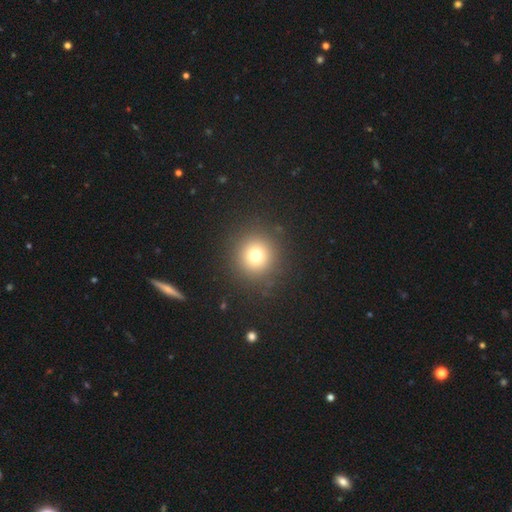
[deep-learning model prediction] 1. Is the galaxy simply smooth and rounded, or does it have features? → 74% smooth, 17% star or artifact, 10% featured or disk.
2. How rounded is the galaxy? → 94% round, 5% in between, 1% cigar-shaped.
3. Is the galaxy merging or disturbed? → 90% none, 6% minor disturbance, 3% major disturbance, 1% merger.